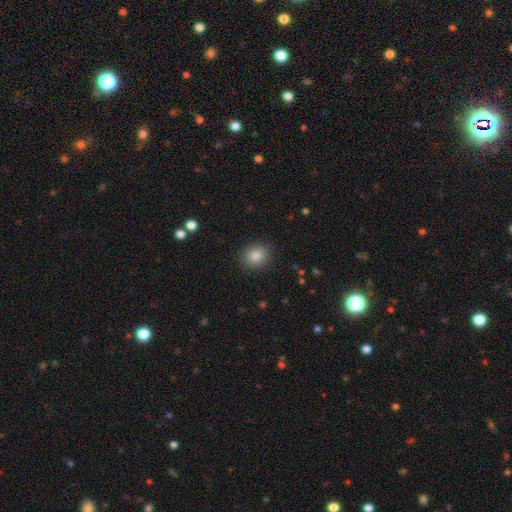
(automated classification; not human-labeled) smooth-or-featured: smooth: 85% | star or artifact: 10% | featured or disk: 5%
  how-rounded: round: 66% | in between: 33% | cigar-shaped: 1%
  merging: none: 89% | minor disturbance: 8% | major disturbance: 3% | merger: 1%